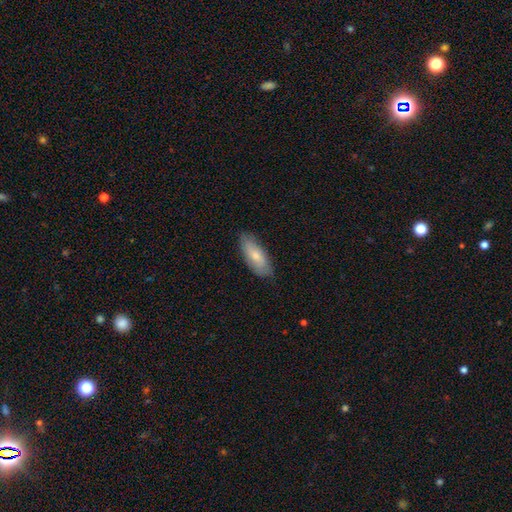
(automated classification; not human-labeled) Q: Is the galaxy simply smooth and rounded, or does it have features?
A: smooth — 74%.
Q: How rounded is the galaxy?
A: in between — 78%.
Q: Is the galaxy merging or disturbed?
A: none — 81%.